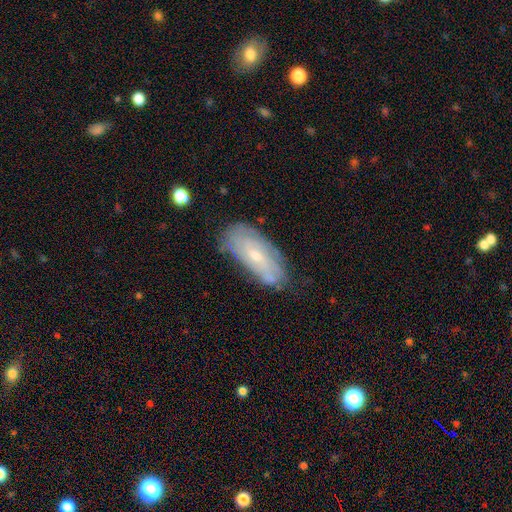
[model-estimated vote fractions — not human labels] This is possibly a featured or disk galaxy (59%). It is clearly not viewed edge-on (87%). Bar: likely no (62%). Spiral arm pattern: likely yes (71%). Central bulge: likely small (64%). Merging: likely none (70%).